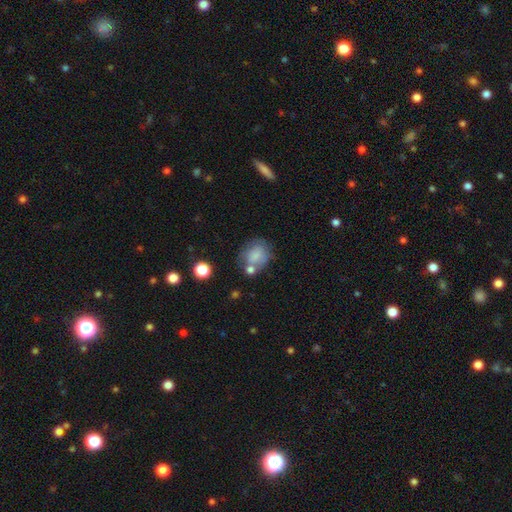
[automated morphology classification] This appears to be a smooth galaxy with no disk features (75%) that is round (58%). Merging: none (50%).